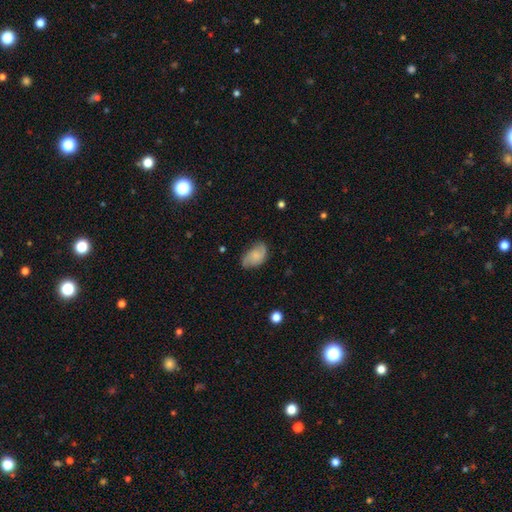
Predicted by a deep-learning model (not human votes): A smooth galaxy with no disk features (47%). Merging: none (66%).